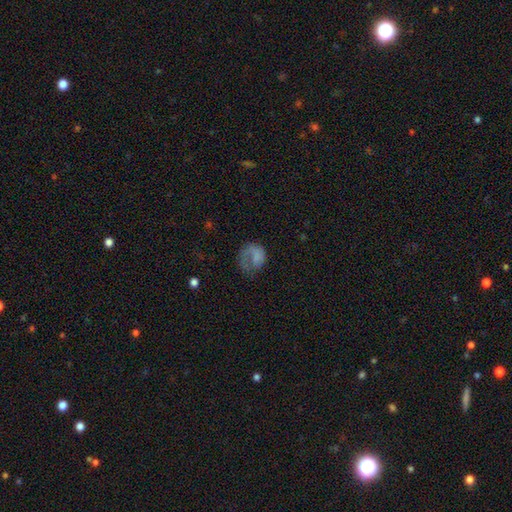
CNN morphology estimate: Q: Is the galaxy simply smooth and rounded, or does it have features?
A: smooth — 54%.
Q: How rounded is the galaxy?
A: round — 64%.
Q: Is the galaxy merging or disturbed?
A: major disturbance — 42%.